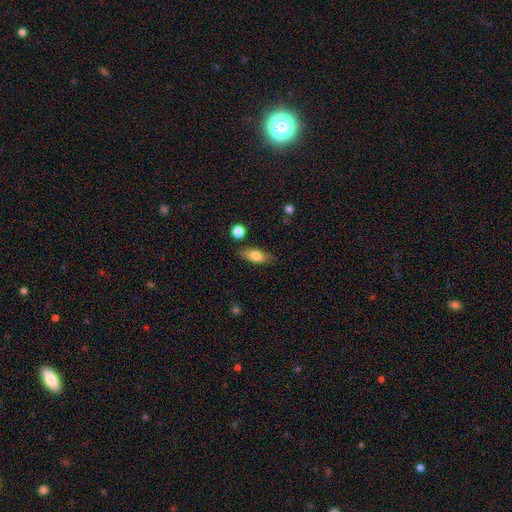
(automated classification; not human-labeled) Morphology: type=smooth (74%); roundness=in between (75%); merging=none (81%).